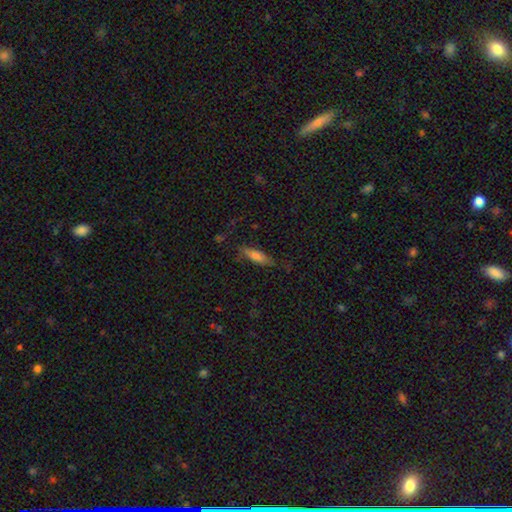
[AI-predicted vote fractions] Smooth or featured? Predicted: smooth (p=0.70). How rounded? Predicted: cigar-shaped (p=0.64). Merging? Predicted: none (p=0.75).